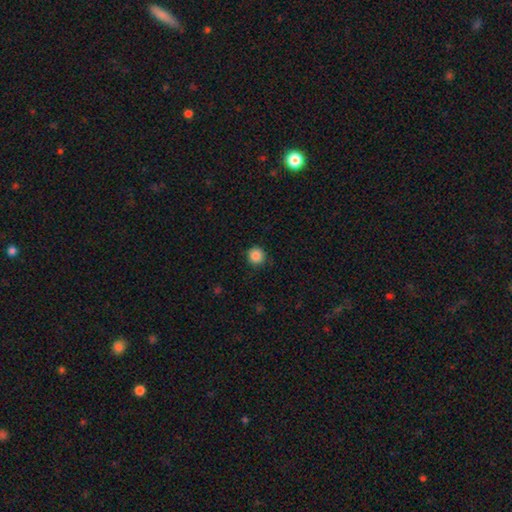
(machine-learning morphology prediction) Smooth or featured? Predicted: smooth (p=0.87). How rounded? Predicted: round (p=0.94). Merging? Predicted: none (p=0.90).